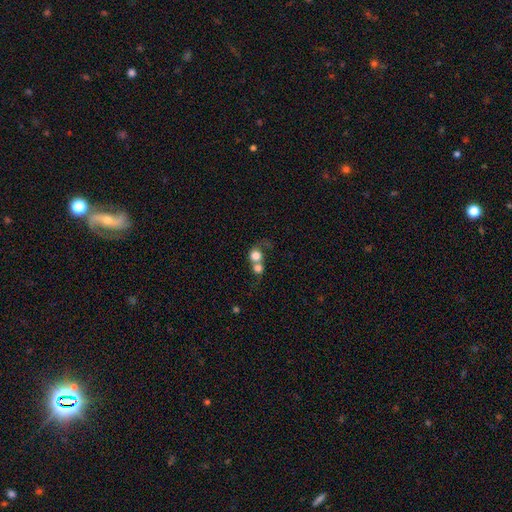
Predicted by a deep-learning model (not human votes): Q: Smooth or featured?
A: smooth (73%); runner-up: featured or disk (17%)
Q: How rounded?
A: round (77%); runner-up: in between (21%)
Q: Merging?
A: merger (71%); runner-up: none (17%)